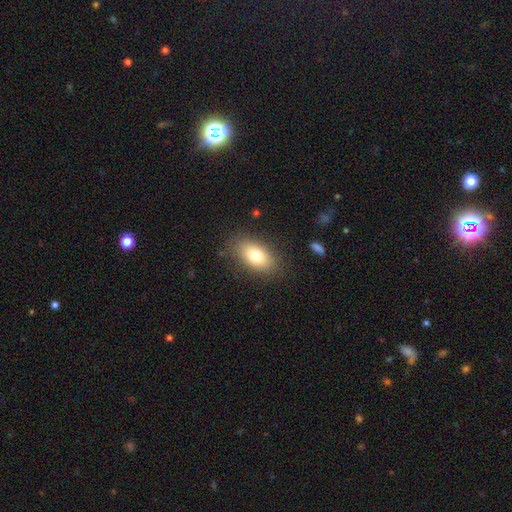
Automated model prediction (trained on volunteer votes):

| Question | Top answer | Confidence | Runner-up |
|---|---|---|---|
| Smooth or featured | smooth | 78% | featured or disk (14%) |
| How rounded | in between | 90% | round (6%) |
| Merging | none | 84% | minor disturbance (11%) |